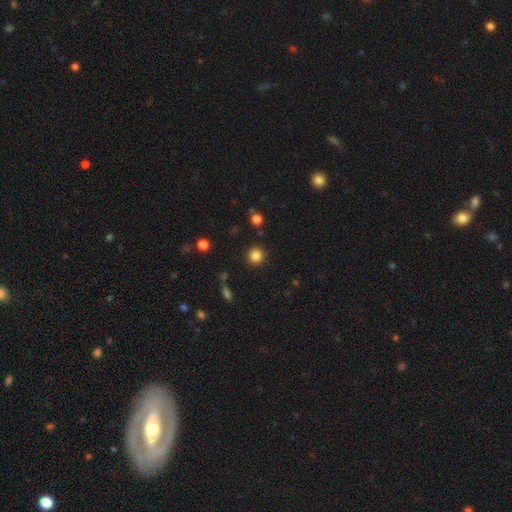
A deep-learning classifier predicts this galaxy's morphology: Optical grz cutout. It shows a smooth galaxy with no disk features (84%) that is round (93%). Merging: none (89%).